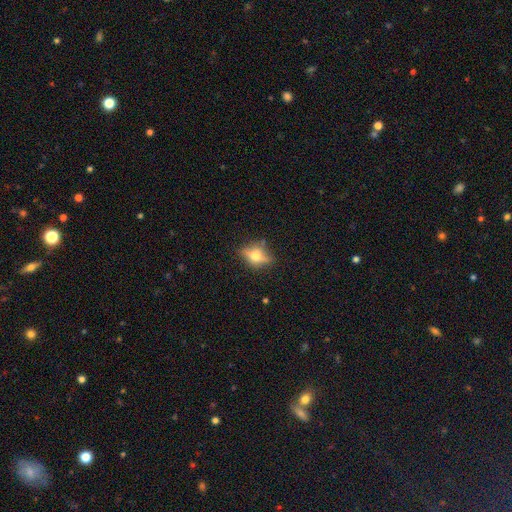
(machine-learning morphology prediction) Q: Smooth or featured?
A: featured or disk (47%); runner-up: smooth (41%)
Q: Merging?
A: none (75%); runner-up: minor disturbance (17%)